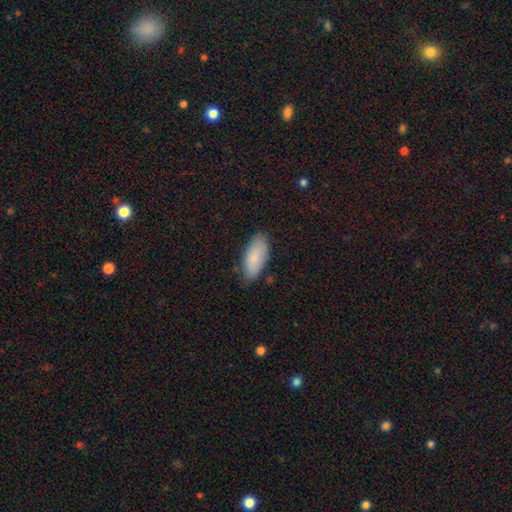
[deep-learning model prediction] smooth 83%, featured or disk 11%, star or artifact 6%. Down the decision tree: how rounded — in between (88%); merging — none (75%).